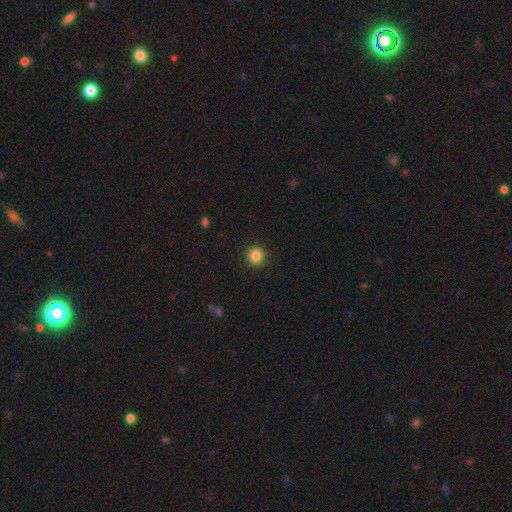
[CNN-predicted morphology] The model was most divided on "smooth or featured": smooth: 85%, star or artifact: 11%, featured or disk: 4%. More confident: how rounded — round (93%); merging — none (91%).